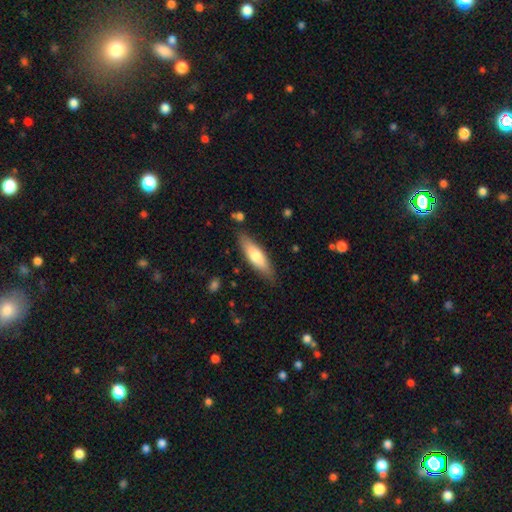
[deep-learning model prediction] smooth_or_featured: smooth (p=0.69) [alt: featured or disk p=0.26]
how_rounded: cigar-shaped (p=0.59) [alt: in between p=0.39]
merging: none (p=0.83) [alt: minor disturbance p=0.13]